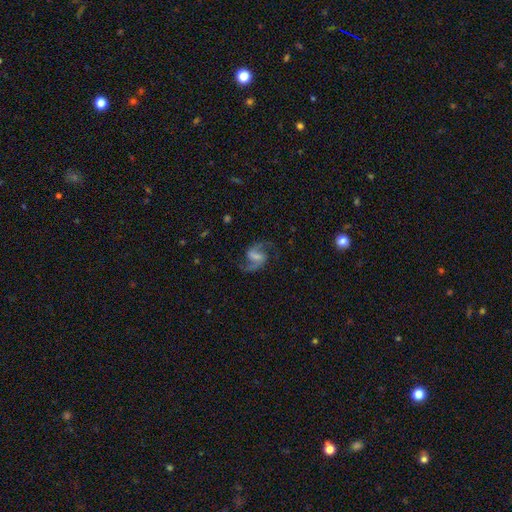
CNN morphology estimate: smooth-or-featured: featured or disk: 87% | star or artifact: 7% | smooth: 6%
  disk-edge-on: no: 98% | yes: 2%
    bar: weak: 51% | strong: 30% | no: 19%
    has-spiral-arms: yes: 97% | no: 3%
      spiral-winding: medium: 49% | loose: 42% | tight: 9%
      spiral-arm-count: 2: 93% | can't tell: 2% | 1: 2% | 3: 1% | 4: 1% | more than 4: 1%
    bulge-size: none: 37% | small: 30% | moderate: 24% | large: 8% | dominant: 2%
  merging: none: 78% | minor disturbance: 13% | major disturbance: 8% | merger: 2%